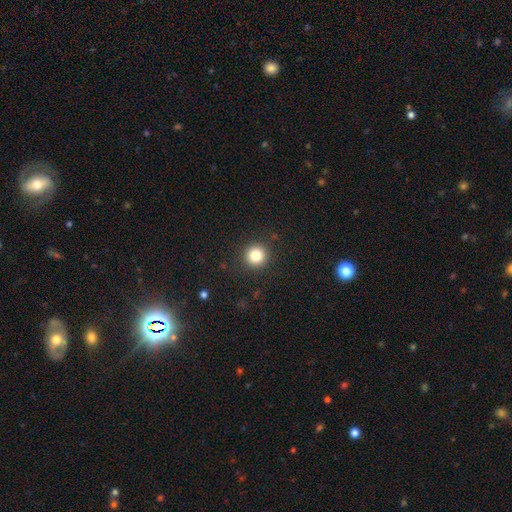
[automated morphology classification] Smooth or featured?
  - smooth: 84% *
  - star or artifact: 11%
  - featured or disk: 5%
How rounded?
  - round: 95% *
  - in between: 5%
  - cigar-shaped: 1%
Merging?
  - none: 91% *
  - minor disturbance: 6%
  - major disturbance: 2%
  - merger: 1%